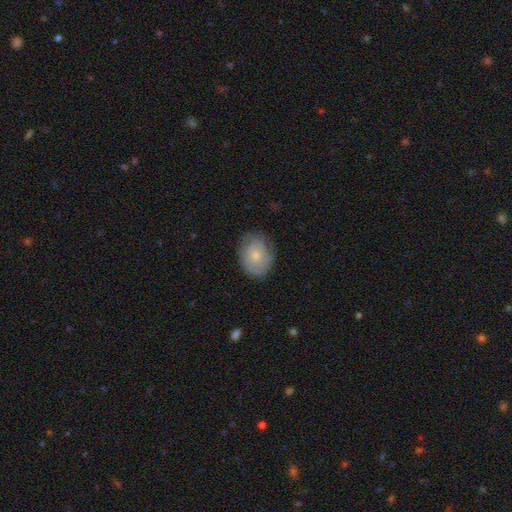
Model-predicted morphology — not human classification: A smooth galaxy with no disk features (49%).

Vote fractions:
- Smooth or featured? smooth: 49% / featured or disk: 44% / star or artifact: 7%
- Merging? none: 73% / minor disturbance: 20% / major disturbance: 6% / merger: 1%